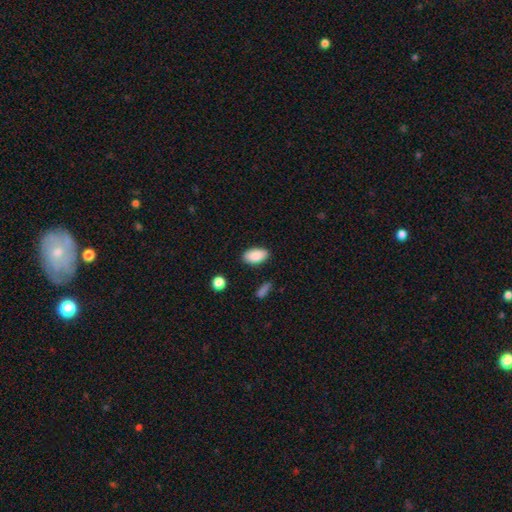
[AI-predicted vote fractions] Smooth or featured? Predicted: smooth (p=0.89). How rounded? Predicted: in between (p=0.94). Merging? Predicted: none (p=0.86).